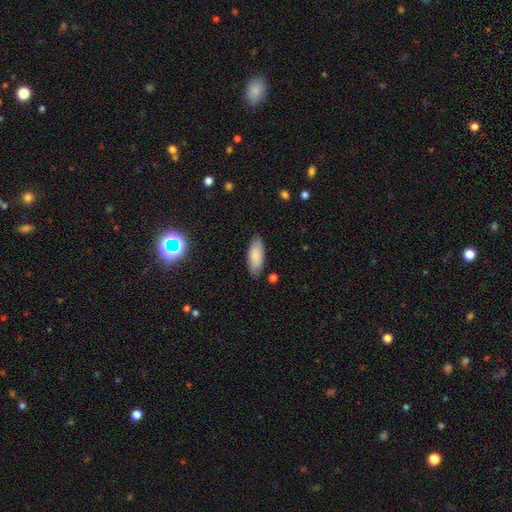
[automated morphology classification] Q: Smooth or featured?
A: smooth (85%); runner-up: featured or disk (9%)
Q: How rounded?
A: in between (81%); runner-up: cigar-shaped (18%)
Q: Merging?
A: none (84%); runner-up: minor disturbance (12%)